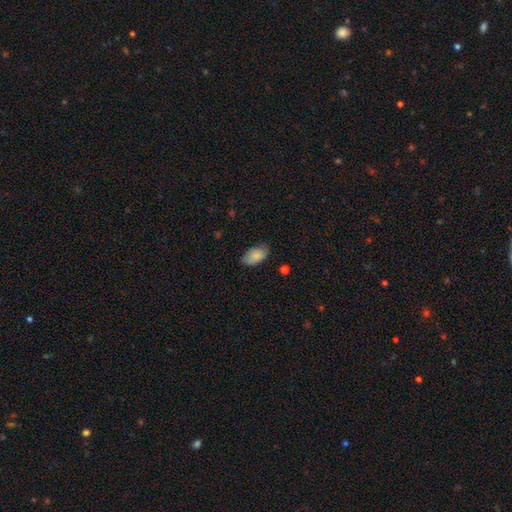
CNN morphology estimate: smooth-or-featured: smooth: 84% | featured or disk: 9% | star or artifact: 7%
  how-rounded: in between: 93% | round: 5% | cigar-shaped: 2%
  merging: none: 71% | minor disturbance: 23% | major disturbance: 4% | merger: 1%